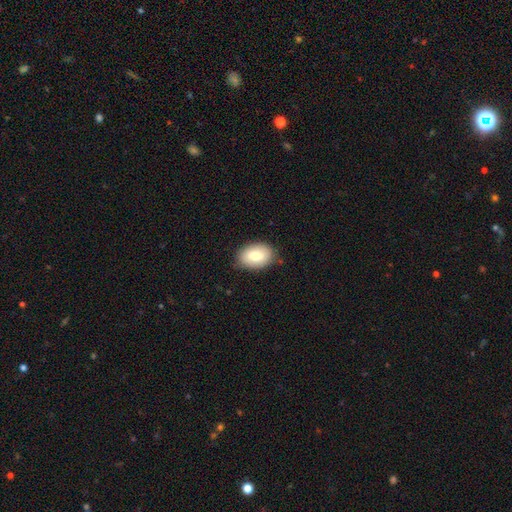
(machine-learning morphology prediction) A smooth galaxy with no disk features (78%) that is in between round and cigar-shaped (86%).

Vote fractions:
- Smooth or featured? smooth: 78% / featured or disk: 15% / star or artifact: 7%
- How rounded? in between: 86% / round: 12% / cigar-shaped: 1%
- Merging? none: 82% / minor disturbance: 14% / major disturbance: 3% / merger: 1%